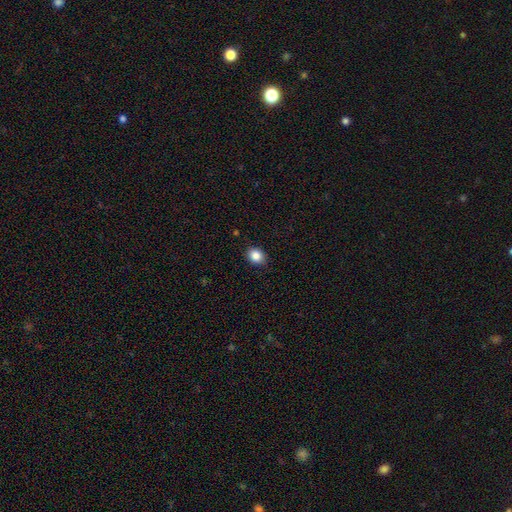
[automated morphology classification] smooth 86%, star or artifact 9%, featured or disk 4%. Down the decision tree: how rounded — round (54%); merging — none (88%).